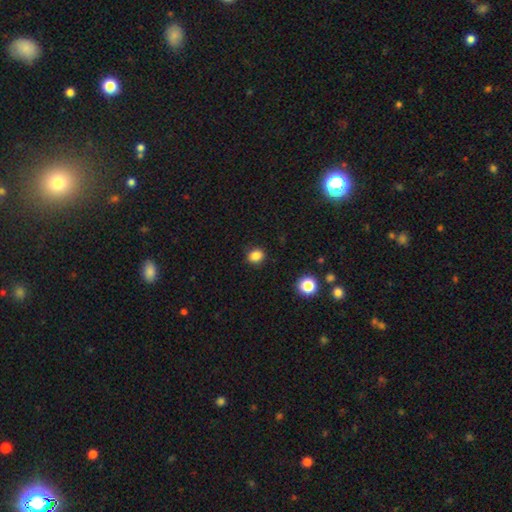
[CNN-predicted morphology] A smooth galaxy with no disk features (85%) that is round (72%). Merging: none (90%).